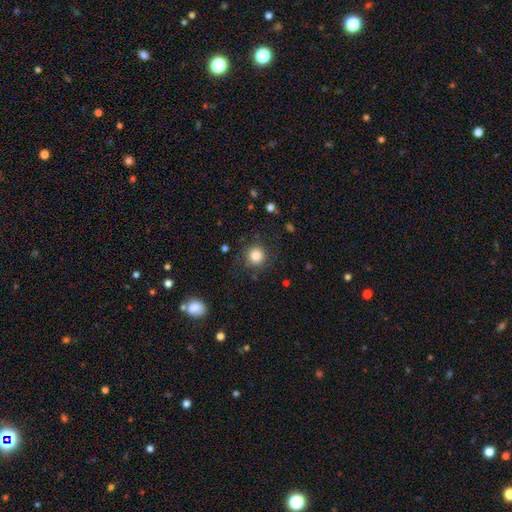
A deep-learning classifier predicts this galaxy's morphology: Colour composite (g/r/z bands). It shows a smooth galaxy with no disk features (83%) that is round (93%). Merging: none (84%).